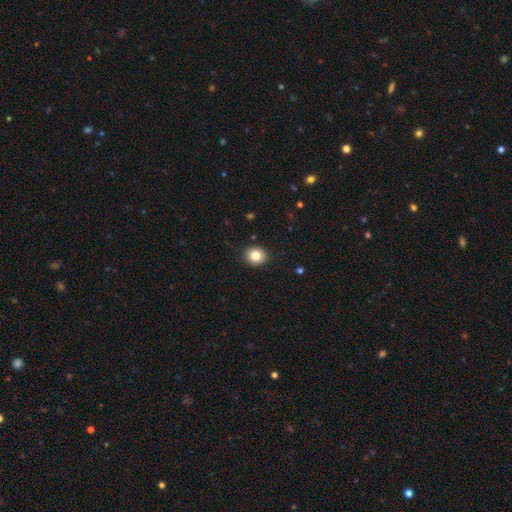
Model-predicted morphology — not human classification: Smooth or featured: smooth — 82% (star or artifact — 10%)
How rounded: round — 77% (in between — 22%)
Merging: none — 89% (minor disturbance — 8%)